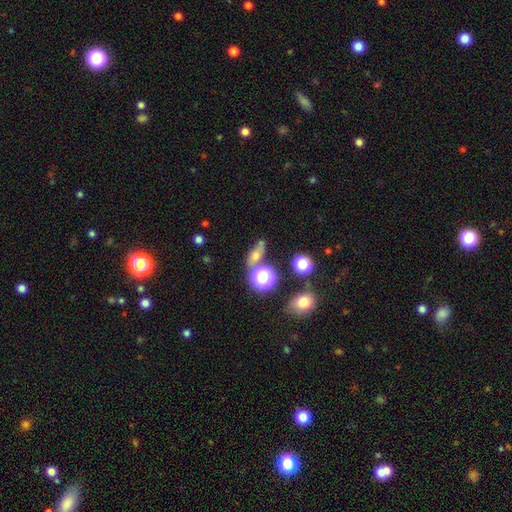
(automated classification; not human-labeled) Q: Smooth or featured?
A: smooth (49%); runner-up: star or artifact (28%)
Q: Merging?
A: none (58%); runner-up: merger (17%)